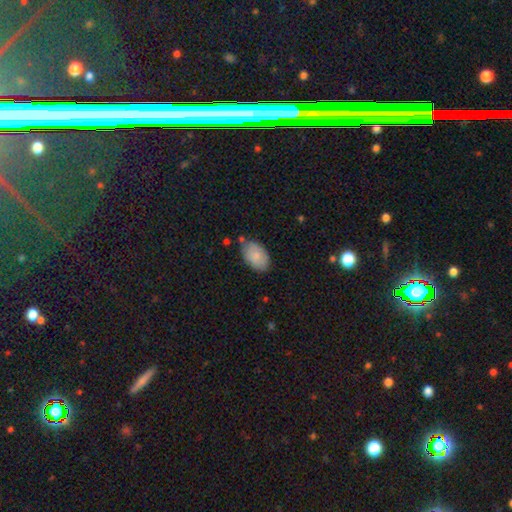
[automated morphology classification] smooth 81%, featured or disk 13%, star or artifact 6%. Down the decision tree: how rounded — in between (91%); merging — none (71%).